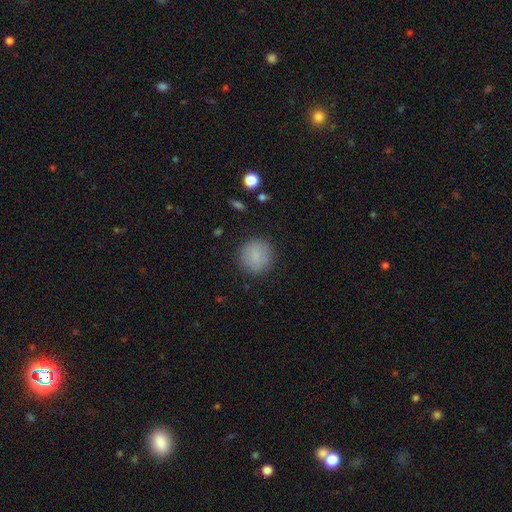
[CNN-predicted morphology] Smooth or featured? smooth (85%)
How rounded? round (93%)
Merging? none (87%)